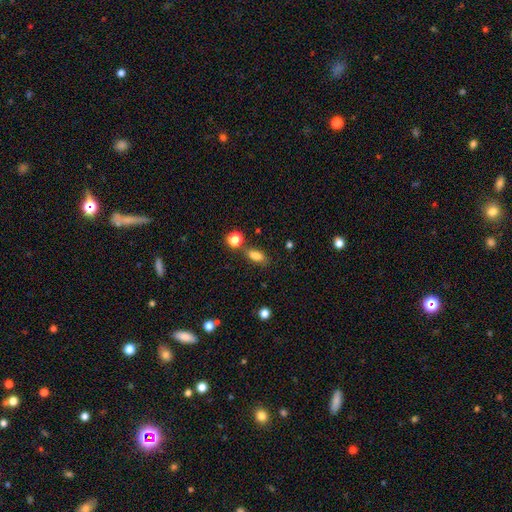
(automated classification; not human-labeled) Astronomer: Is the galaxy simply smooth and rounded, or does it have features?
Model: smooth — 81%.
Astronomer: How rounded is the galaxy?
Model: in between — 77%.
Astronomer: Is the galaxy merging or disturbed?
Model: none — 68%.